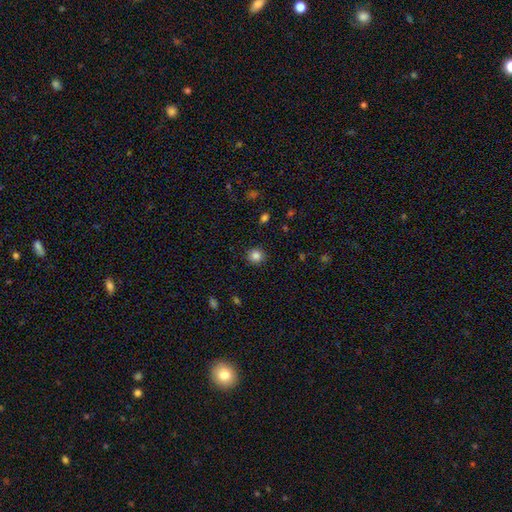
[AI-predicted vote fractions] The model was most divided on "smooth or featured": smooth: 85%, star or artifact: 11%, featured or disk: 4%. More confident: how rounded — round (92%); merging — none (91%).